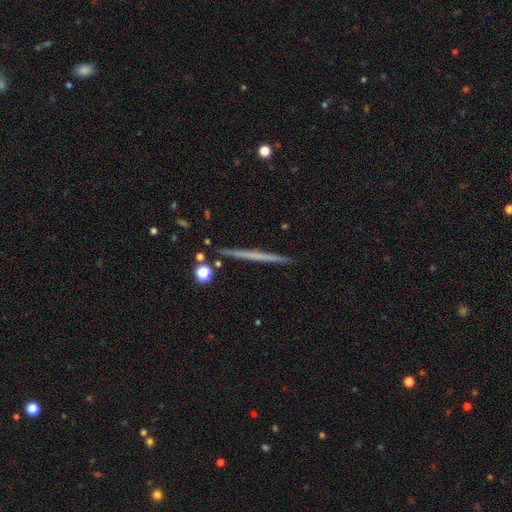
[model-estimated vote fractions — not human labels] This appears to be a featured or disk galaxy (52%) viewed edge-on (97%) with no central bulge (92%). Merging: none (91%).